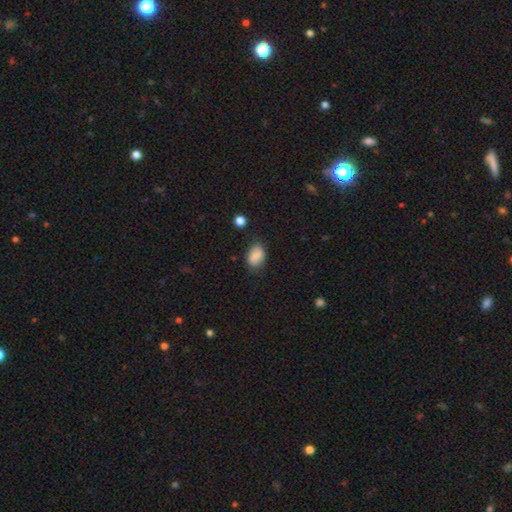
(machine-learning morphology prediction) Smooth or featured? smooth (84%)
How rounded? in between (83%)
Merging? none (71%)